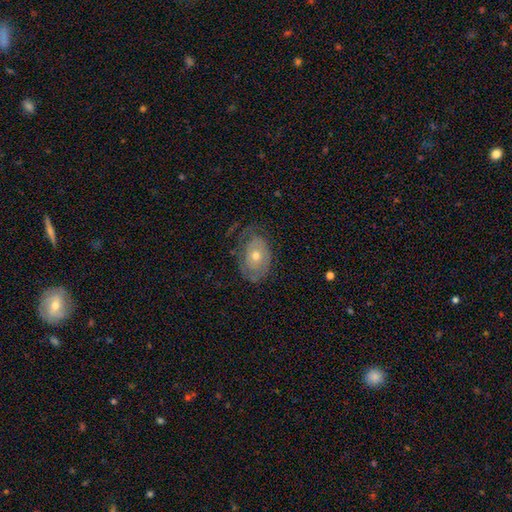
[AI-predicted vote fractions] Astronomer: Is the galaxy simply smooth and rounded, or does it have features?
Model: featured or disk — 59%.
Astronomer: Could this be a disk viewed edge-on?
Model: no — 94%.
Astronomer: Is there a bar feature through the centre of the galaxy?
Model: no — 86%.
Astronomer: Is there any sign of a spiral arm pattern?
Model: yes — 58% (runner-up: no, 42%).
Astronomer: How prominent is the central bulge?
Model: moderate — 64%.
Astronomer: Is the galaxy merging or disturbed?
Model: none — 55%.